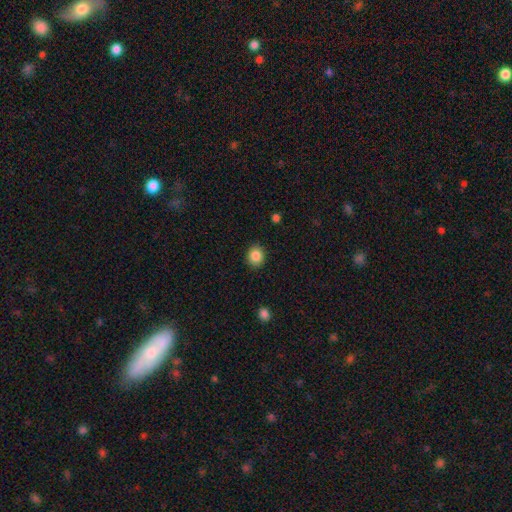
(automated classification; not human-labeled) smooth 86%, star or artifact 9%, featured or disk 4%. Down the decision tree: how rounded — round (71%); merging — none (89%).